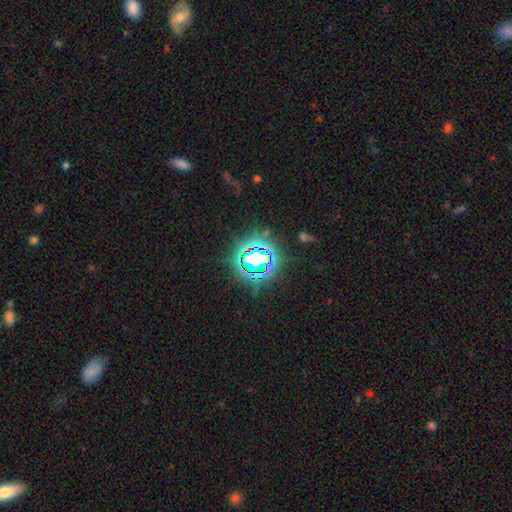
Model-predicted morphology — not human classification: Smooth or featured? star or artifact (78%)